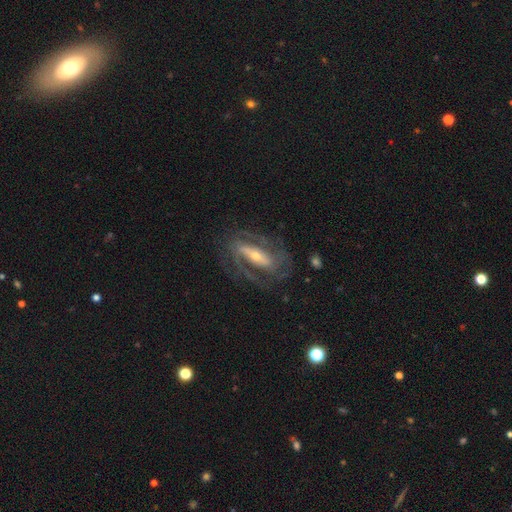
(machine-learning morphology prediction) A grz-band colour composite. It shows a featured or disk galaxy (84%) with a strong bar (59%), 2 (67%) tight (44%) spiral arms (88%) and a small central bulge (54%). Merging: none (71%).